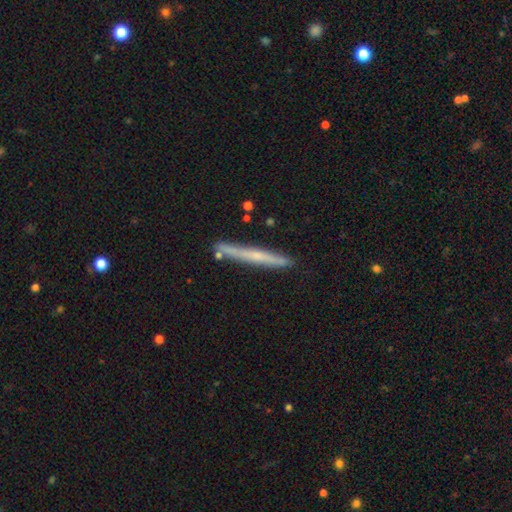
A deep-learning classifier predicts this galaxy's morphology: This appears to be a featured or disk galaxy (57%) viewed edge-on (95%) with no central bulge (56%). Merging: none (86%).